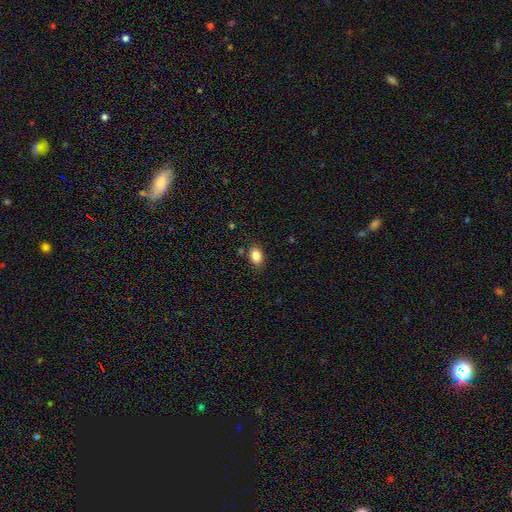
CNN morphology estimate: Smooth or featured?
  - smooth: 85% *
  - star or artifact: 9%
  - featured or disk: 6%
How rounded?
  - in between: 80% *
  - round: 18%
  - cigar-shaped: 1%
Merging?
  - none: 85% *
  - minor disturbance: 11%
  - major disturbance: 2%
  - merger: 2%